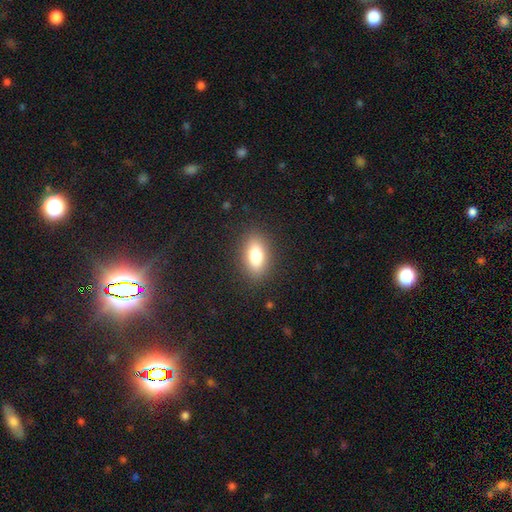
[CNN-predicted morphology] This appears to be a smooth galaxy with no disk features (79%) that is in between round and cigar-shaped (86%). Merging: none (87%).